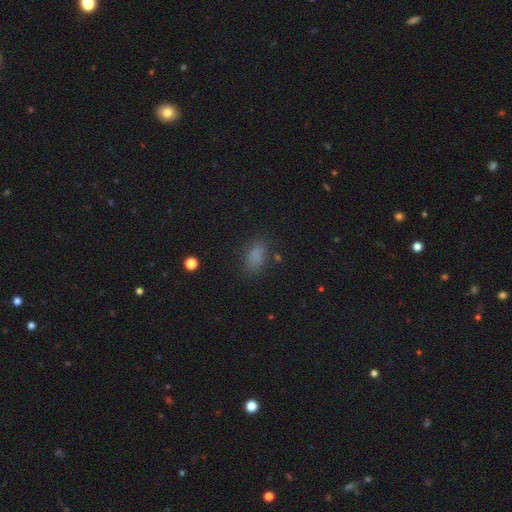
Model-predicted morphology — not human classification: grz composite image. It shows a smooth galaxy with no disk features (81%) that is in between round and cigar-shaped (87%). Merging: none (77%).